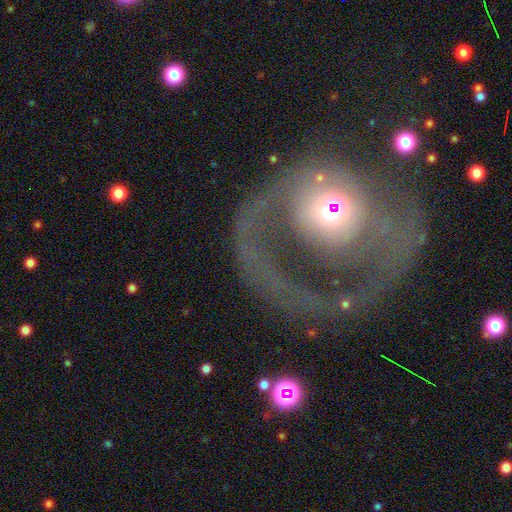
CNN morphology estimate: Overall: featured or disk (70%). Edge-on disk: no (96%). Bar: no (74%). Spiral arms: yes (55%; no 45%). Bulge size: moderate (61%). Merging: none (42%; major disturbance 37%).